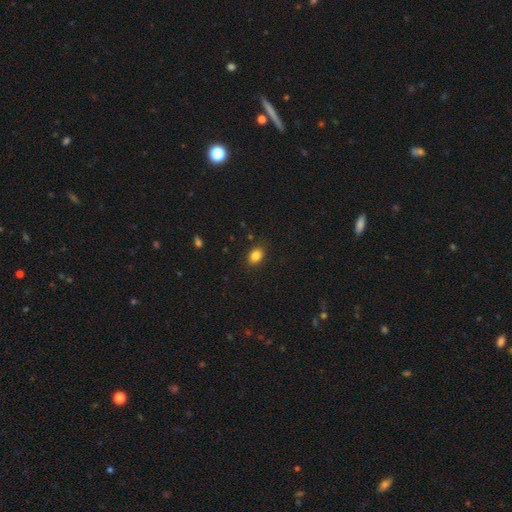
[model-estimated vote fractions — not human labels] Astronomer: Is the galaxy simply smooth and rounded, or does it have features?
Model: smooth — 85%.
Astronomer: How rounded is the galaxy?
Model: in between — 75%.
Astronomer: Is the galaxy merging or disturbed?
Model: none — 87%.